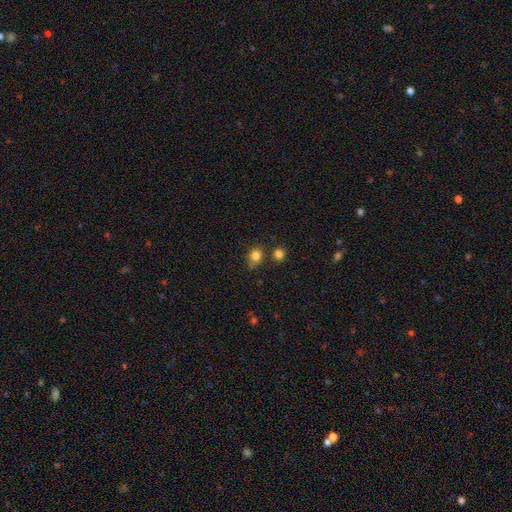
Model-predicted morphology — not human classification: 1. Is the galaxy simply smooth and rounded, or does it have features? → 82% smooth, 12% star or artifact, 6% featured or disk.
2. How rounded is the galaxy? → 65% round, 34% in between, 1% cigar-shaped.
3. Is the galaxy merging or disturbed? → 72% none, 14% minor disturbance, 10% merger, 4% major disturbance.